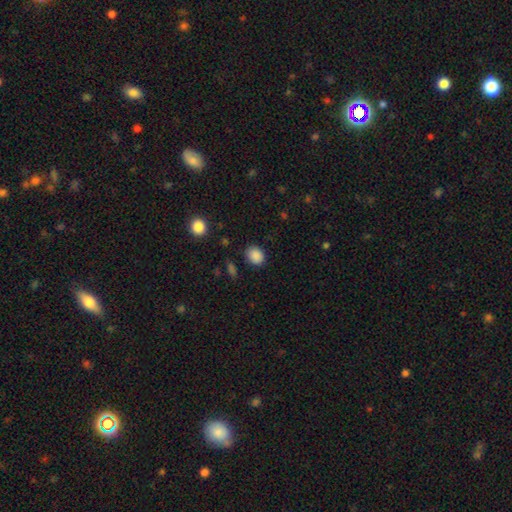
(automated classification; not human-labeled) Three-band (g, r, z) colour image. It shows a smooth galaxy with no disk features (88%) that is round (51%). Merging: none (84%).